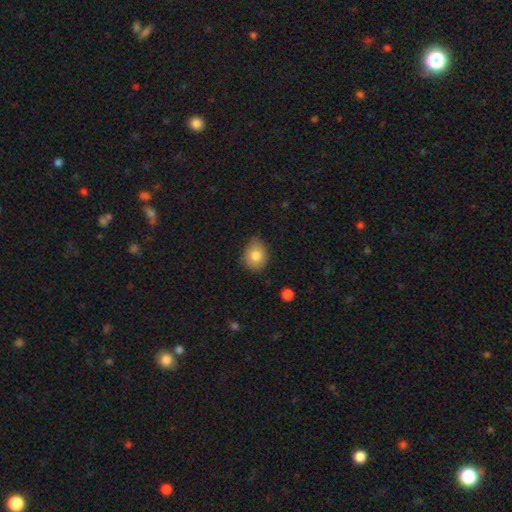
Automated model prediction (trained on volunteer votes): This is likely a smooth galaxy (79%). How rounded: possibly round (57%). Merging: likely none (66%).